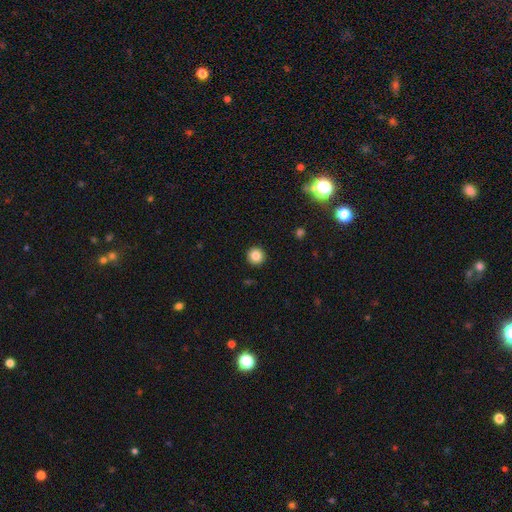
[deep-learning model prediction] Smooth or featured?
  - smooth: 85% *
  - star or artifact: 10%
  - featured or disk: 5%
How rounded?
  - round: 96% *
  - in between: 3%
  - cigar-shaped: 1%
Merging?
  - none: 93% *
  - minor disturbance: 4%
  - major disturbance: 2%
  - merger: 1%